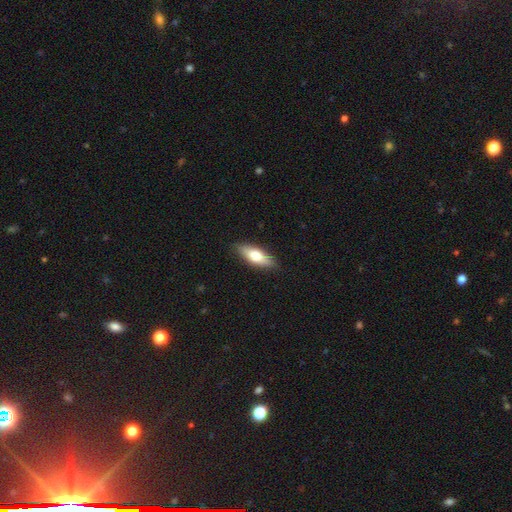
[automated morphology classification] The model was most divided on "how rounded": in between: 63%, cigar-shaped: 35%, round: 2%. More confident: merging — none (86%); smooth or featured — smooth (65%).